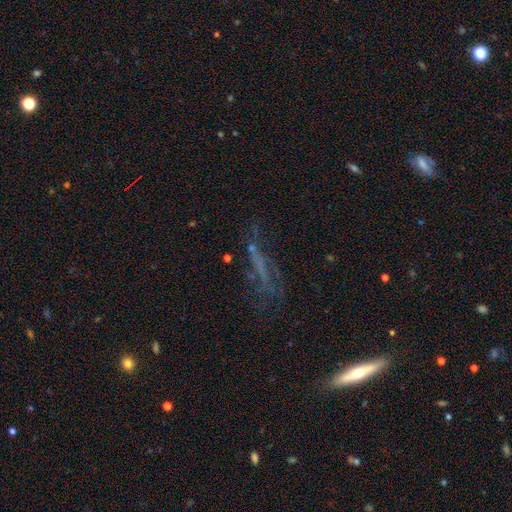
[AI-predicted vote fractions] Smooth or featured? featured or disk (43%)
Merging? none (46%)